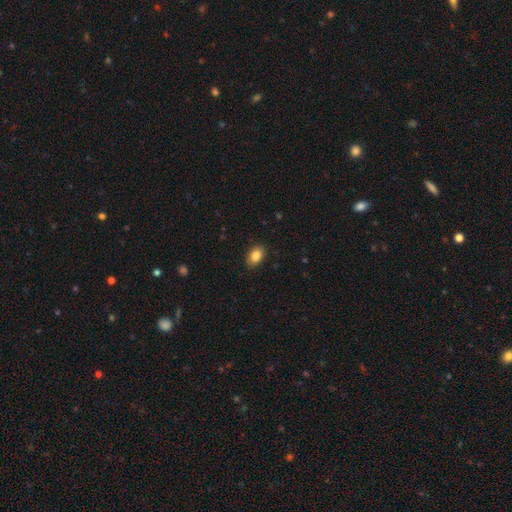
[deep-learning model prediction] The model was most divided on "how rounded": in between: 85%, round: 14%, cigar-shaped: 1%. More confident: merging — none (89%); smooth or featured — smooth (86%).